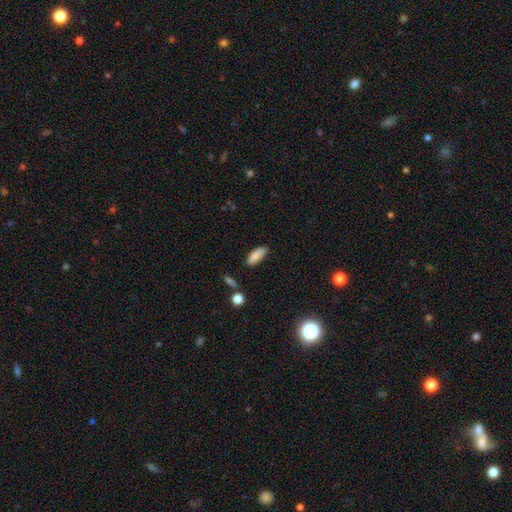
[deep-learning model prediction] The model was most divided on "how rounded": in between: 79%, cigar-shaped: 19%, round: 2%. More confident: smooth or featured — smooth (86%); merging — none (84%).